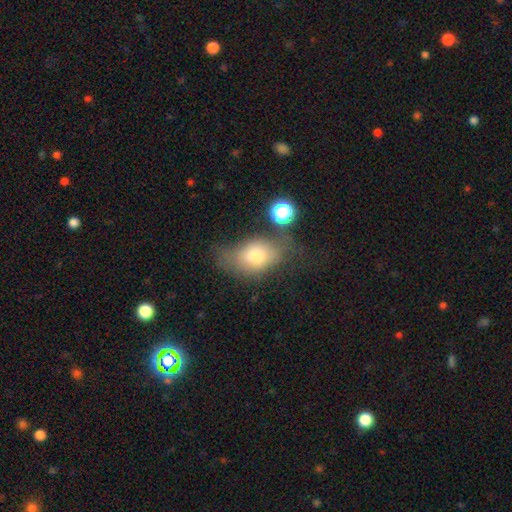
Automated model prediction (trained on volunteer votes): This appears to be a smooth galaxy with no disk features (70%) that is in between round and cigar-shaped (75%). Merging: none (45%).